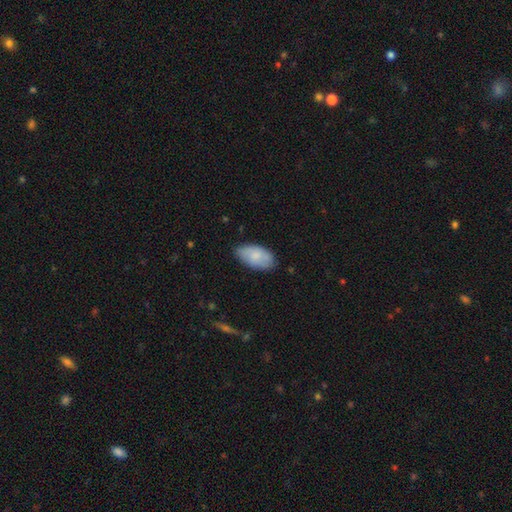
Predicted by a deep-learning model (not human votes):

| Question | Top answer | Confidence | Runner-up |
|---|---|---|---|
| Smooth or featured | smooth | 78% | featured or disk (17%) |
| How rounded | in between | 95% | round (3%) |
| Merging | none | 75% | minor disturbance (20%) |